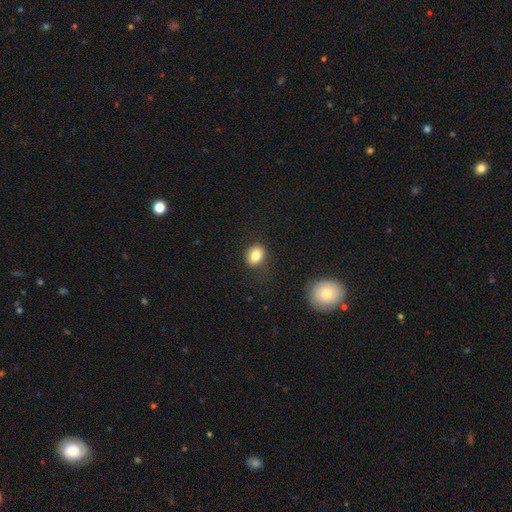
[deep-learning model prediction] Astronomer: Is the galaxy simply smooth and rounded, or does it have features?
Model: smooth — 80%.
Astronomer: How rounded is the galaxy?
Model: in between — 51% (runner-up: round, 48%).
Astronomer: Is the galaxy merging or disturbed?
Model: none — 79%.